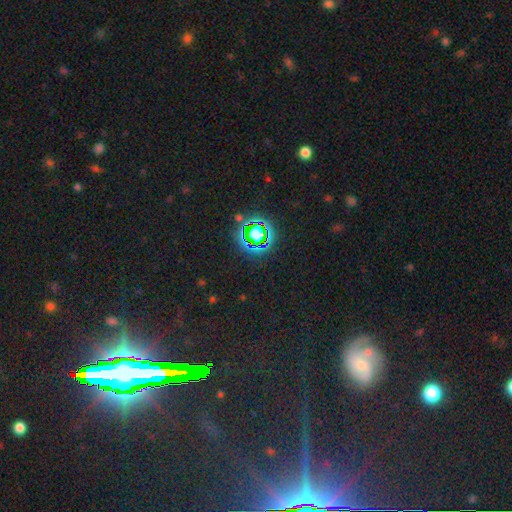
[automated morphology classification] Q: Smooth or featured?
A: star or artifact (75%); runner-up: featured or disk (13%)